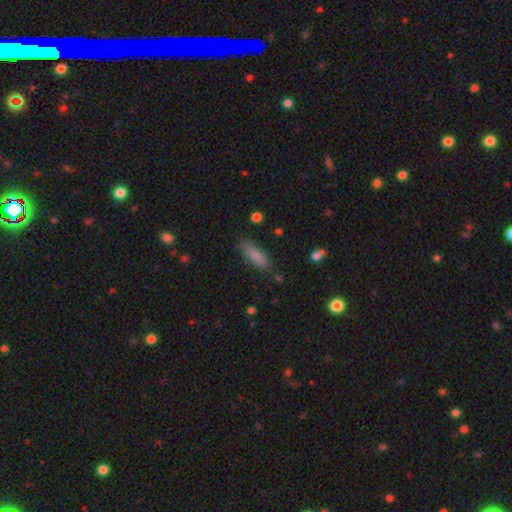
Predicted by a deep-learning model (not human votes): smooth-or-featured: smooth: 83% | featured or disk: 9% | star or artifact: 7%
  how-rounded: cigar-shaped: 60% | in between: 38% | round: 2%
  merging: none: 81% | minor disturbance: 14% | major disturbance: 3% | merger: 2%